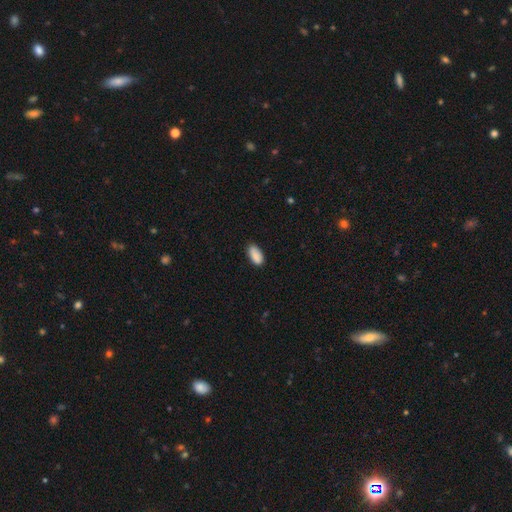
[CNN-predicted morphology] Q: Smooth or featured?
A: smooth (89%); runner-up: star or artifact (7%)
Q: How rounded?
A: in between (91%); runner-up: cigar-shaped (6%)
Q: Merging?
A: none (83%); runner-up: minor disturbance (14%)